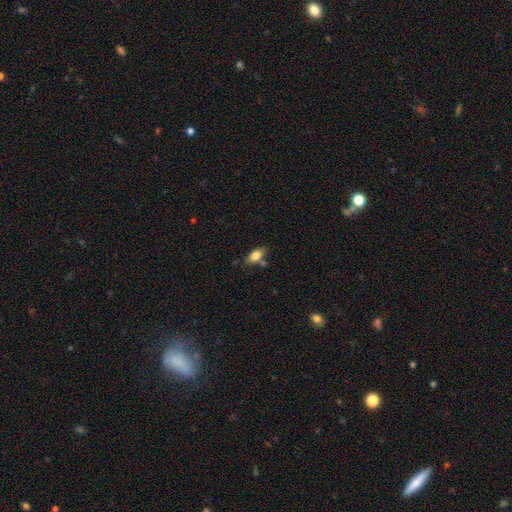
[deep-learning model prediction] Smooth or featured?
  - smooth: 80% *
  - featured or disk: 12%
  - star or artifact: 8%
How rounded?
  - in between: 86% *
  - cigar-shaped: 9%
  - round: 5%
Merging?
  - none: 69% *
  - minor disturbance: 17%
  - merger: 10%
  - major disturbance: 4%